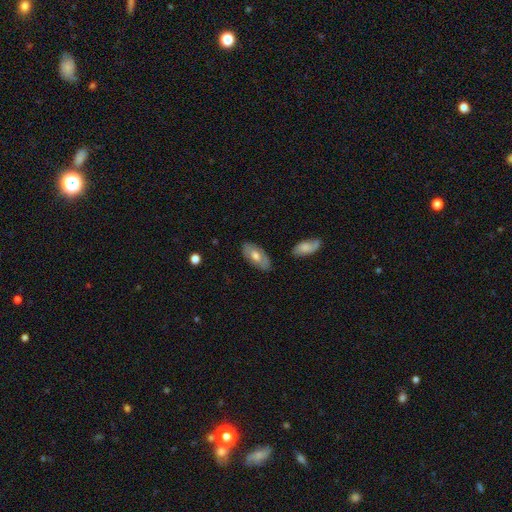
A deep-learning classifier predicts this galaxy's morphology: Q: Smooth or featured?
A: smooth (54%); runner-up: featured or disk (40%)
Q: How rounded?
A: in between (92%); runner-up: cigar-shaped (5%)
Q: Merging?
A: none (81%); runner-up: minor disturbance (14%)